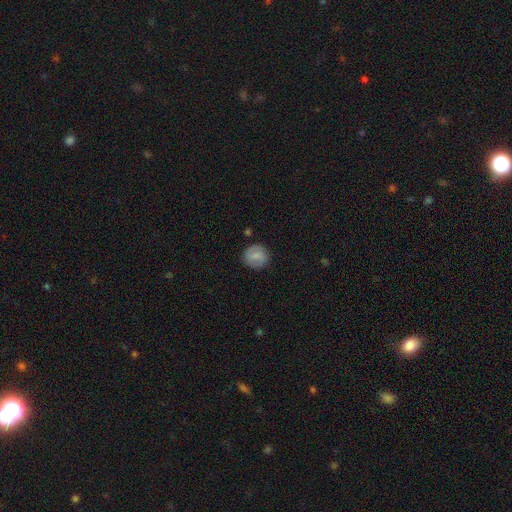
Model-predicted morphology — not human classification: This is likely a smooth galaxy (70%). How rounded: clearly round (88%). Merging: clearly none (85%).